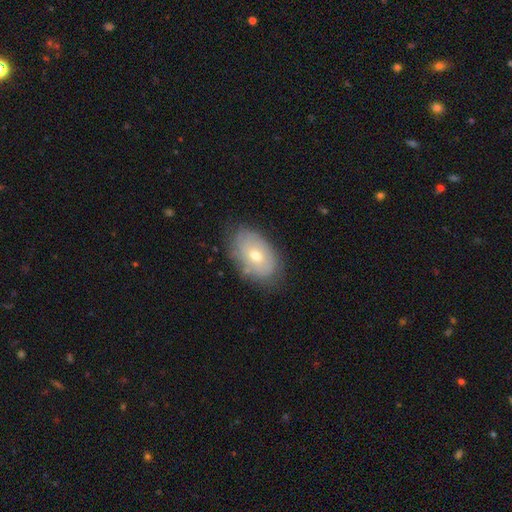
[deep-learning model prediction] Morphology: type=smooth (50%); roundness=in between (89%); merging=none (74%).